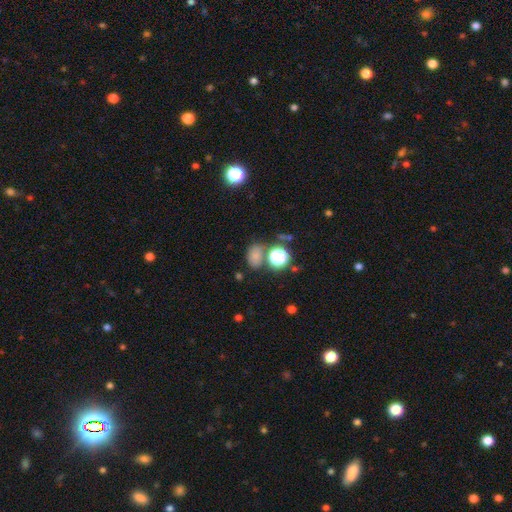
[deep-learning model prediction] Smooth or featured? smooth (69%)
How rounded? in between (65%)
Merging? none (64%)